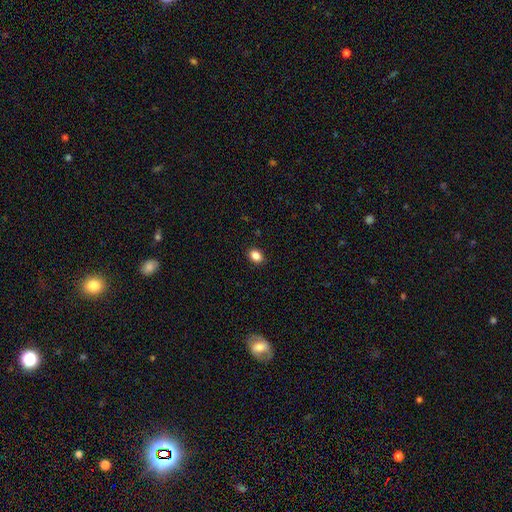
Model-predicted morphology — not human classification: Overall: smooth (86%). How rounded: in between (65%; round 34%). Merging: none (90%).